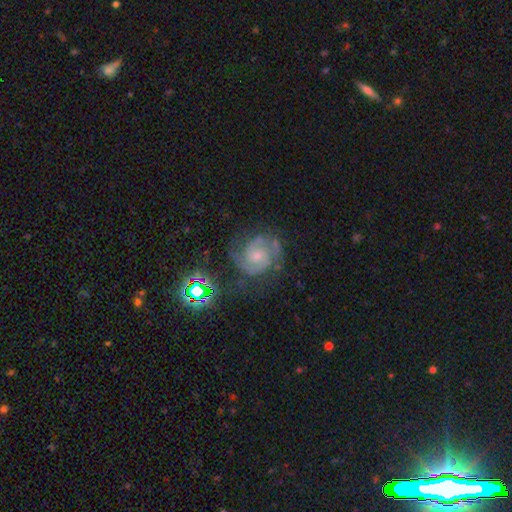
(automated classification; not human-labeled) Smooth or featured? Predicted: featured or disk (p=0.85). Edge-on disk? Predicted: no (p=0.98). Bar? Predicted: no (p=0.62). Spiral arms? Predicted: yes (p=0.97). Spiral winding? Predicted: tight (p=0.51). Spiral arm count? Predicted: 2 (p=0.76). Bulge size? Predicted: small (p=0.59). Merging? Predicted: none (p=0.66).